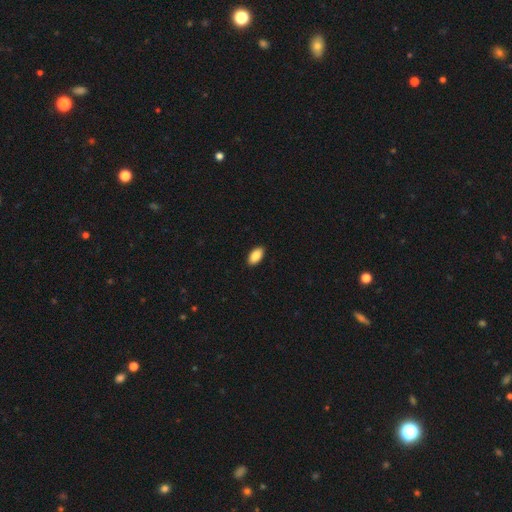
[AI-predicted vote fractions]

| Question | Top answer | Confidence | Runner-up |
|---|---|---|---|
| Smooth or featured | smooth | 89% | star or artifact (7%) |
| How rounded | in between | 94% | cigar-shaped (3%) |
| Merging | none | 90% | minor disturbance (7%) |